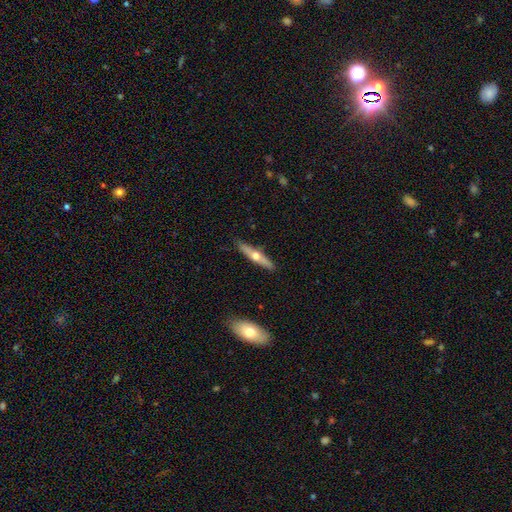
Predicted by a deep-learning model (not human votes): This appears to be a featured or disk galaxy (57%) viewed edge-on (92%) with a rounded central bulge (93%). Merging: none (88%).